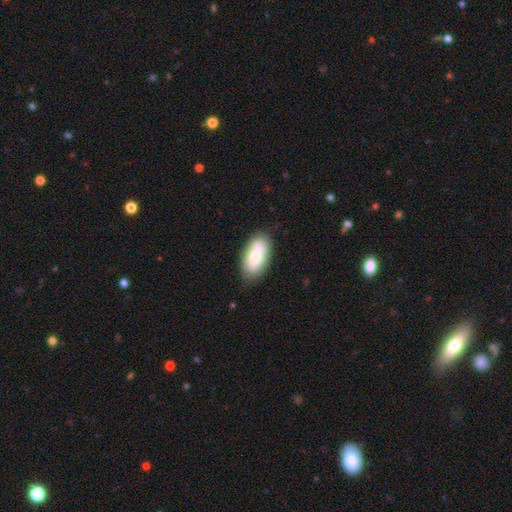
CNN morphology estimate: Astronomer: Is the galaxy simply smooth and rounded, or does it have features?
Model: smooth — 69%.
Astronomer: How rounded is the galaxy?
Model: in between — 92%.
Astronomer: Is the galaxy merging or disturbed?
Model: none — 74%.